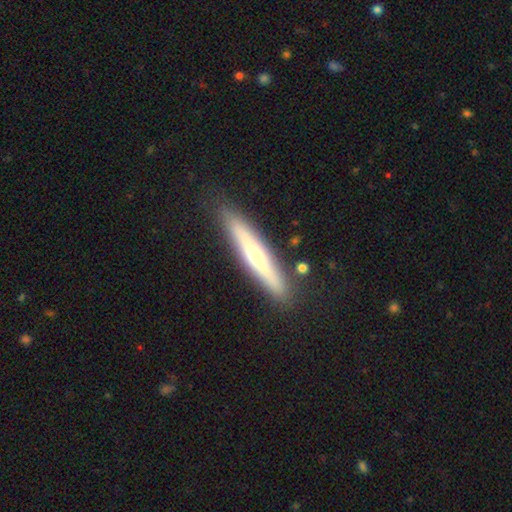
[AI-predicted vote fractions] smooth_or_featured: smooth (p=0.49) [alt: featured or disk p=0.45]
merging: none (p=0.86) [alt: minor disturbance p=0.10]